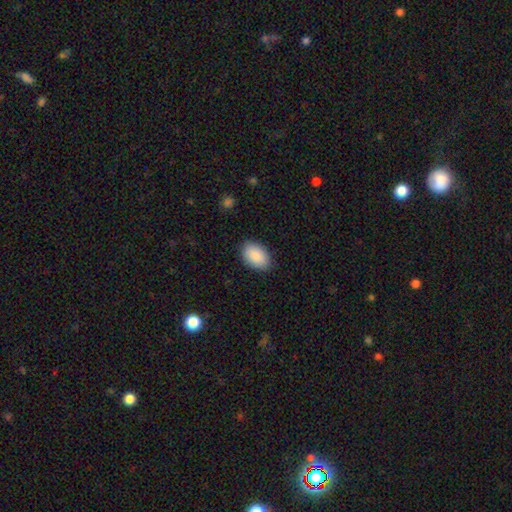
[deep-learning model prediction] The model was most divided on "merging": none: 87%, minor disturbance: 10%, major disturbance: 2%, merger: 1%. More confident: how rounded — in between (92%); smooth or featured — smooth (90%).